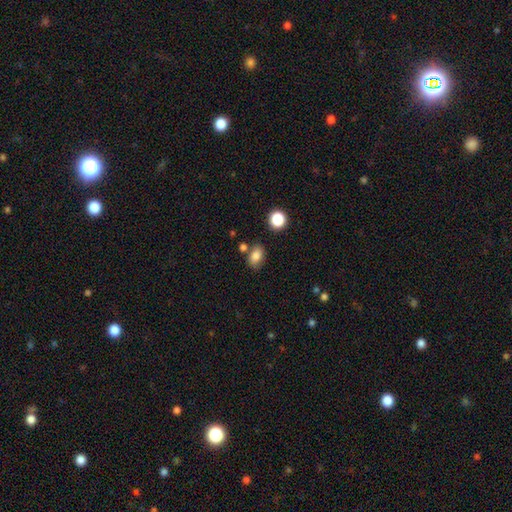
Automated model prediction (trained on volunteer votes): This appears to be a smooth galaxy with no disk features (83%) that is in between round and cigar-shaped (76%). Merging: none (74%).